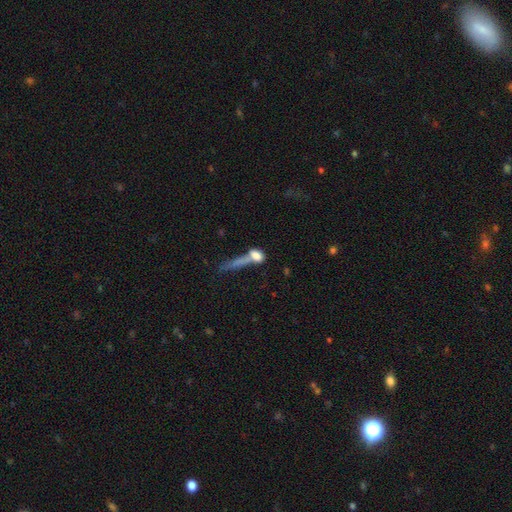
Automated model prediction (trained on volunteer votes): smooth 69%, featured or disk 20%, star or artifact 11%. Down the decision tree: how rounded — in between (52%); merging — merger (45%).